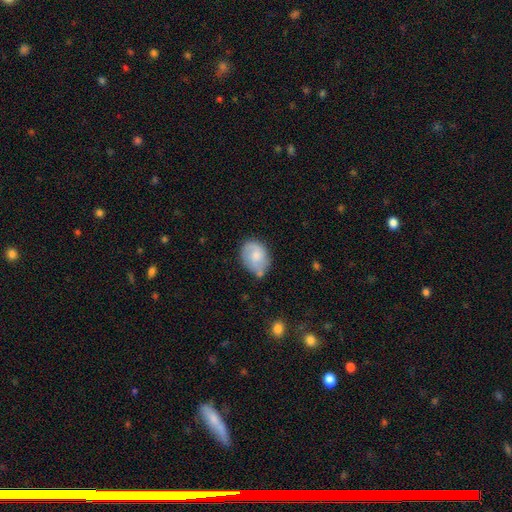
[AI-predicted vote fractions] A smooth galaxy with no disk features (61%) that is in between round and cigar-shaped (66%).

Vote fractions:
- Smooth or featured? smooth: 61% / featured or disk: 32% / star or artifact: 7%
- How rounded? in between: 66% / round: 33% / cigar-shaped: 1%
- Merging? none: 53% / minor disturbance: 31% / major disturbance: 8% / merger: 8%